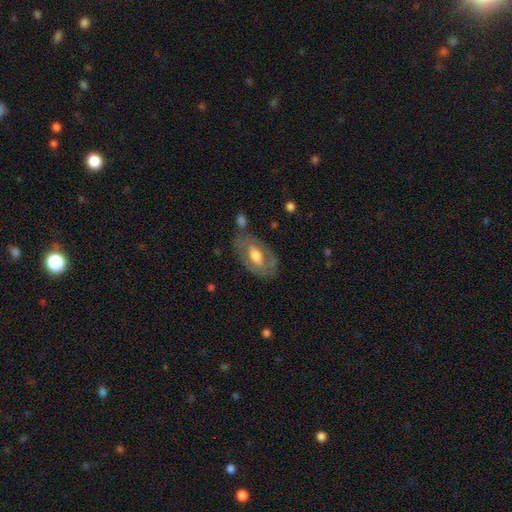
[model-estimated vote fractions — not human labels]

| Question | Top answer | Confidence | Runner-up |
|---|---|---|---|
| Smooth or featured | featured or disk | 56% | smooth (38%) |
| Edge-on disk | no | 90% | yes (10%) |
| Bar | no | 55% | weak (30%) |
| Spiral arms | no | 70% | yes (30%) |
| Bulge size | moderate | 56% | large (31%) |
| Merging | none | 69% | minor disturbance (18%) |